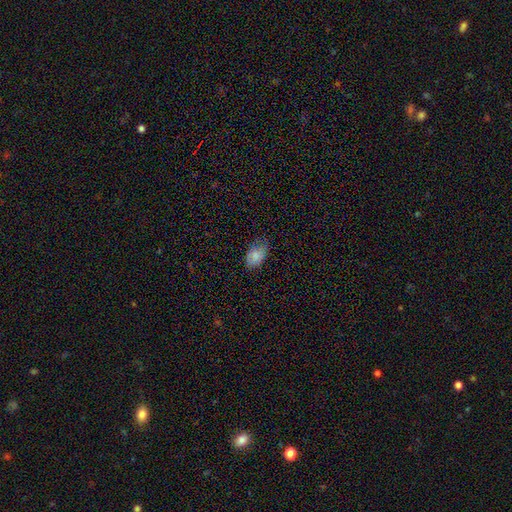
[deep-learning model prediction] Overall: smooth (81%). How rounded: in between (90%). Merging: none (57%; minor disturbance 34%).